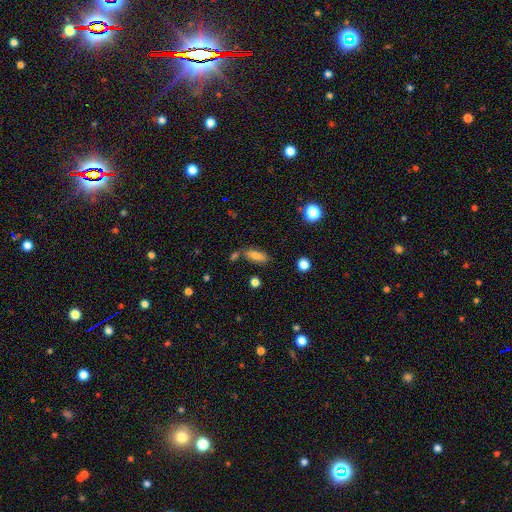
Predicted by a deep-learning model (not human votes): Q: Smooth or featured?
A: smooth (74%); runner-up: featured or disk (15%)
Q: How rounded?
A: in between (77%); runner-up: cigar-shaped (19%)
Q: Merging?
A: none (66%); runner-up: minor disturbance (16%)